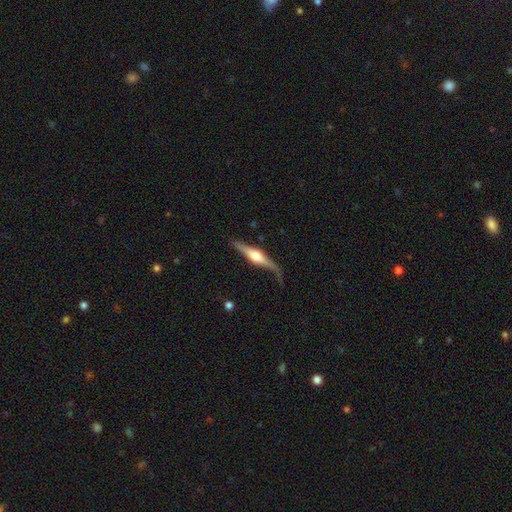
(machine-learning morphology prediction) The model was most divided on "merging": none: 69%, minor disturbance: 21%, major disturbance: 7%, merger: 3%. More confident: edge-on disk — yes (96%); edge-on bulge — rounded (91%); smooth or featured — featured or disk (75%).